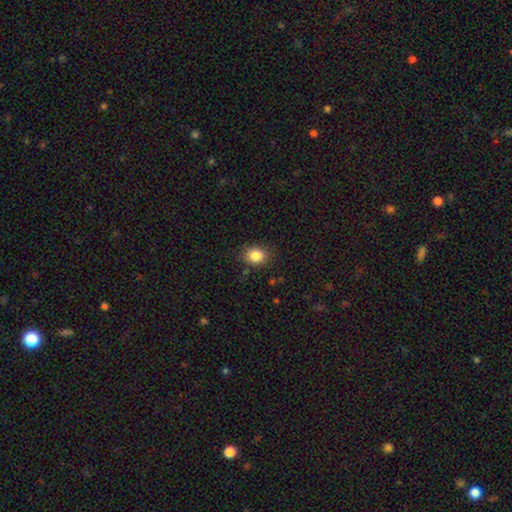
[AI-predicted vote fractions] A smooth galaxy with no disk features (85%) that is in between round and cigar-shaped (50%). Merging: none (84%).